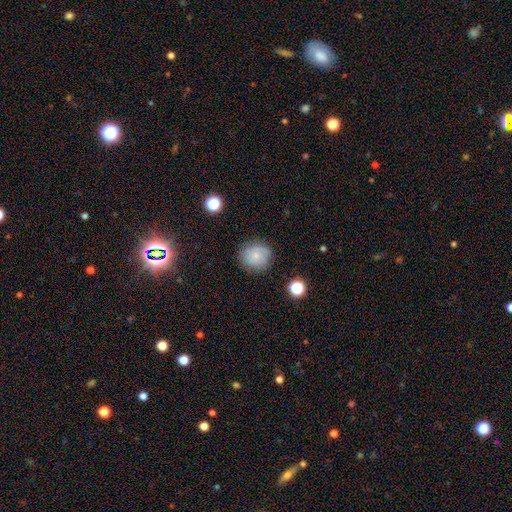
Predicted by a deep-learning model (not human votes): smooth-or-featured: smooth: 70% | featured or disk: 20% | star or artifact: 11%
  how-rounded: round: 84% | in between: 15% | cigar-shaped: 1%
  merging: none: 76% | minor disturbance: 17% | major disturbance: 5% | merger: 2%